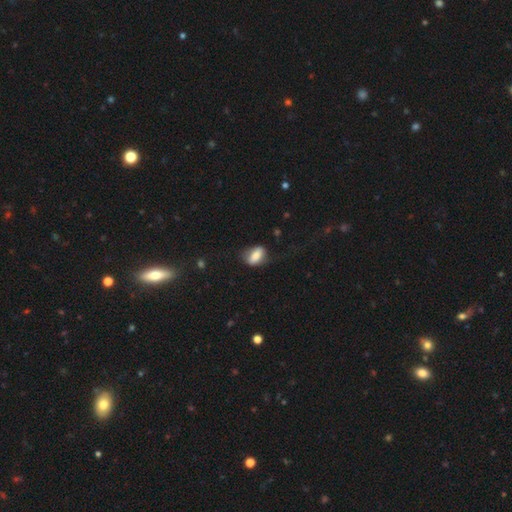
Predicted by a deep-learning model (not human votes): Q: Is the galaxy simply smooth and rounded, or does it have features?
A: smooth — 73%.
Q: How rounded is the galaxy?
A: in between — 86%.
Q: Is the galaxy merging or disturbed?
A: none — 58%.